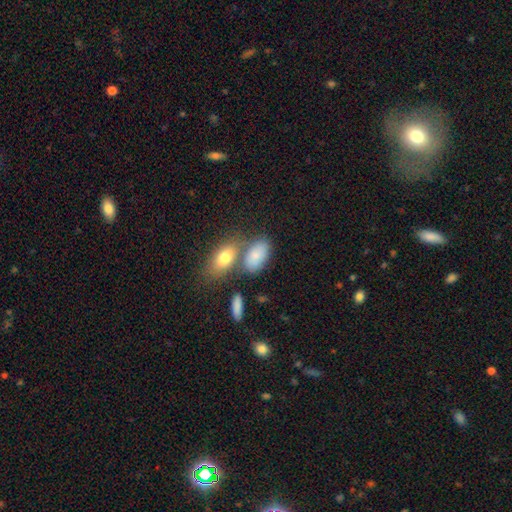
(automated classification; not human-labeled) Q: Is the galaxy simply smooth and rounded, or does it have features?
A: smooth — 78%.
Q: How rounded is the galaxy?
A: in between — 90%.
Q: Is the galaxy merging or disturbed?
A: none — 49%.